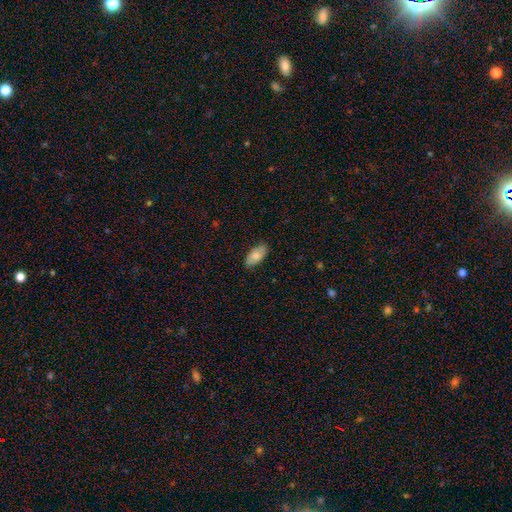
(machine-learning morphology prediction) smooth_or_featured: smooth (p=0.73) [alt: featured or disk p=0.20]
how_rounded: in between (p=0.92) [alt: cigar-shaped p=0.06]
merging: none (p=0.82) [alt: minor disturbance p=0.14]